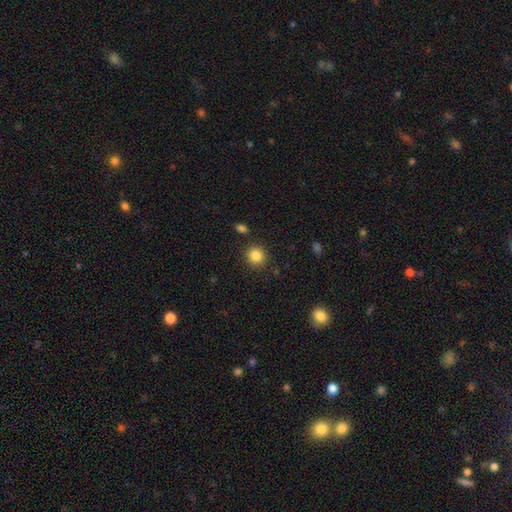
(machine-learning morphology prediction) type=smooth (85%); roundness=round (90%); merging=none (88%).